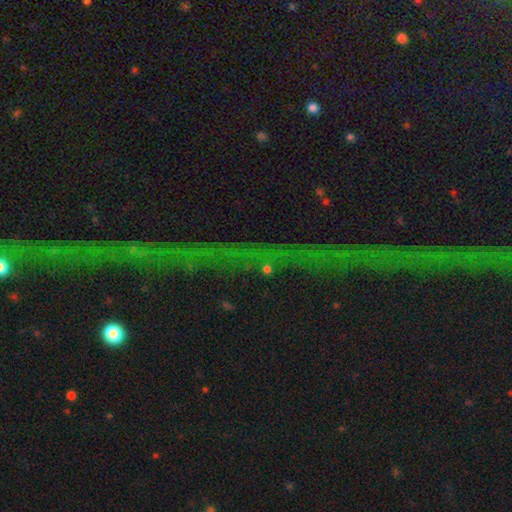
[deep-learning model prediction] A star or artifact, not a galaxy (79%).

Vote fractions:
- Smooth or featured? star or artifact: 79% / featured or disk: 13% / smooth: 9%